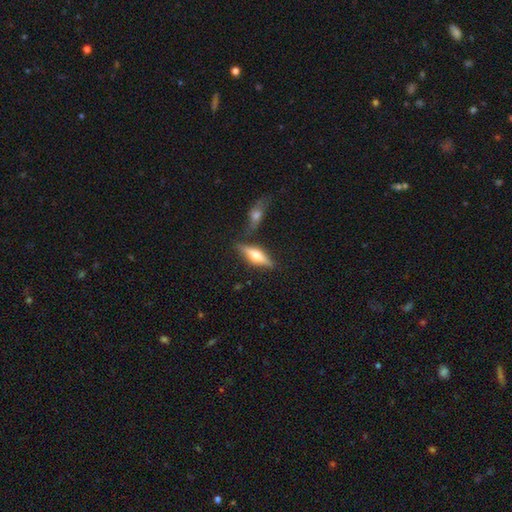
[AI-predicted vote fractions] featured or disk 54%, smooth 39%, star or artifact 7%. Down the decision tree: edge-on disk — yes (93%); edge-on bulge — rounded (93%); merging — none (72%).